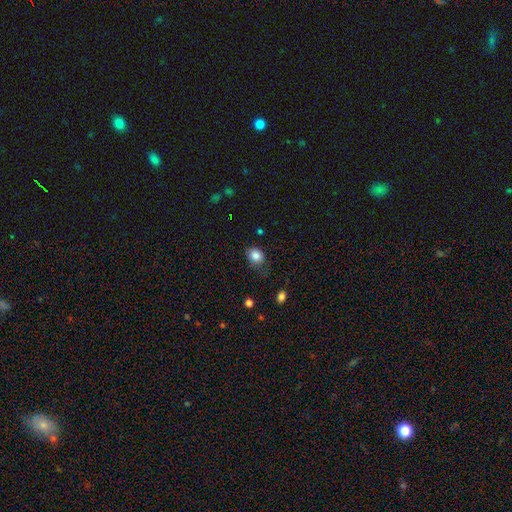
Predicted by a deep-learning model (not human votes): Morphology: type=smooth (84%); roundness=round (51%); merging=none (63%).